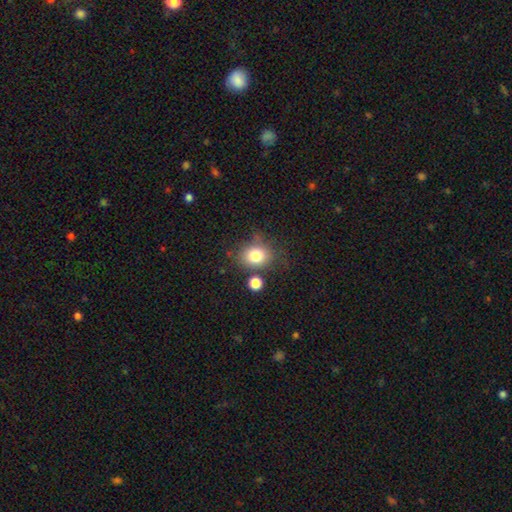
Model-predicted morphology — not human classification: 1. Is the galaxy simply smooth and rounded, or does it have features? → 79% smooth, 12% star or artifact, 10% featured or disk.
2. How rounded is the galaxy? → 65% round, 34% in between, 1% cigar-shaped.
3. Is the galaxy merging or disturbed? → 64% none, 17% minor disturbance, 12% merger, 7% major disturbance.